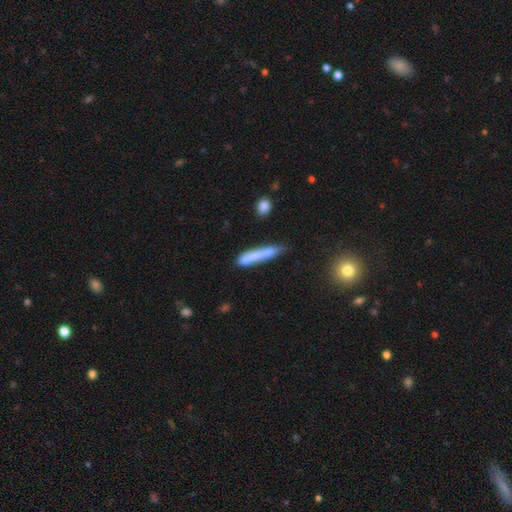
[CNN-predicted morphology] Smooth or featured? Predicted: smooth (p=0.73). How rounded? Predicted: cigar-shaped (p=0.92). Merging? Predicted: none (p=0.65).